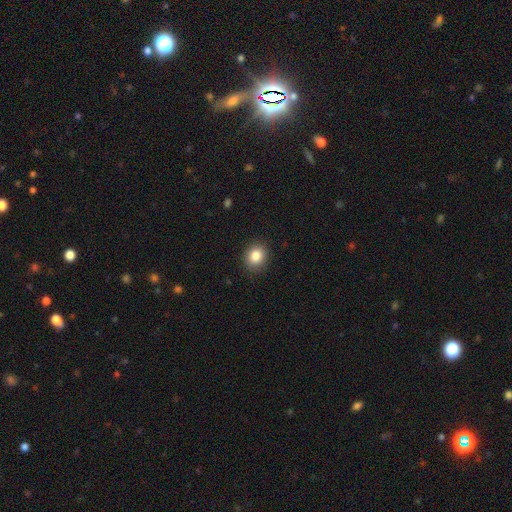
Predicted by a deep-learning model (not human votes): Smooth or featured: smooth — 85% (star or artifact — 9%)
How rounded: round — 66% (in between — 33%)
Merging: none — 88% (minor disturbance — 9%)